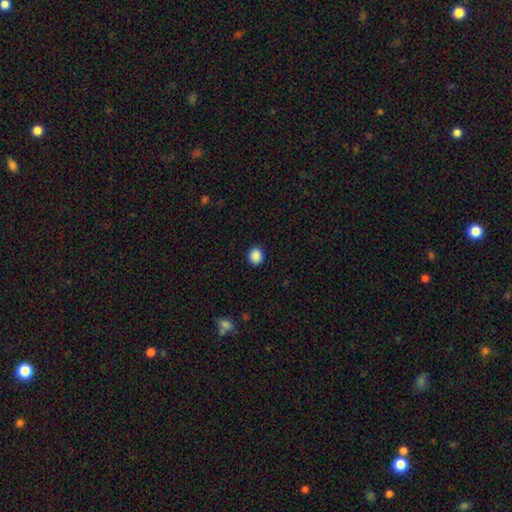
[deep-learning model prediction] Smooth or featured? Predicted: smooth (p=0.89). How rounded? Predicted: round (p=0.73). Merging? Predicted: none (p=0.90).